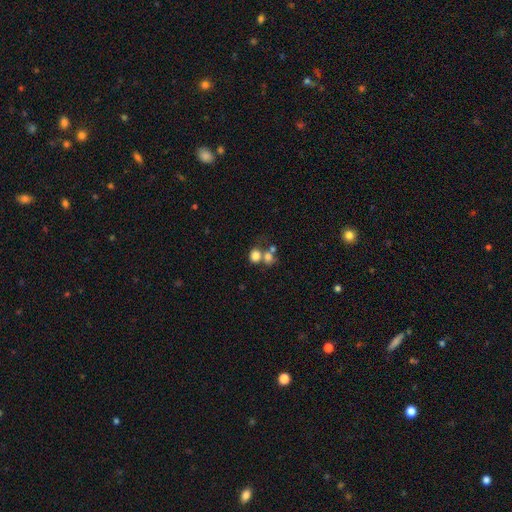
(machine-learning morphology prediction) The model was most divided on "merging": merger: 47%, none: 37%, minor disturbance: 9%, major disturbance: 7%. More confident: smooth or featured — smooth (77%); how rounded — round (65%).